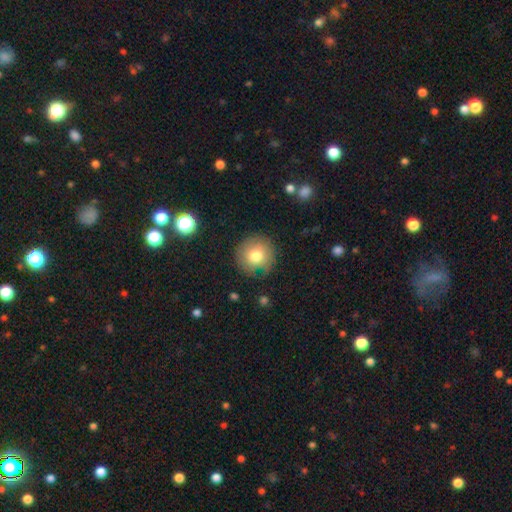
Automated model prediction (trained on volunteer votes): A smooth galaxy with no disk features (77%) that is round (94%). Merging: none (83%).